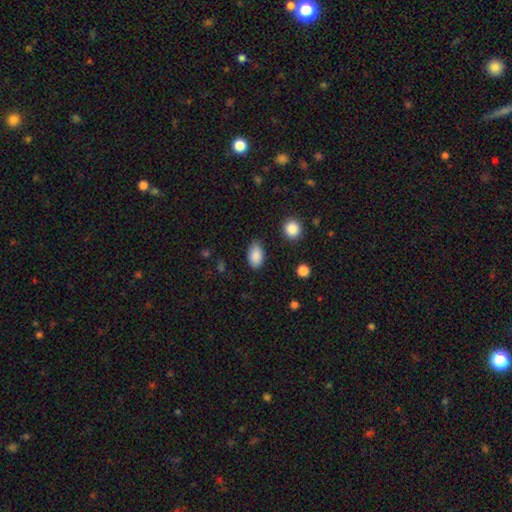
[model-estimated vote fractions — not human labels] Morphology: type=smooth (87%); roundness=in between (90%); merging=none (77%).